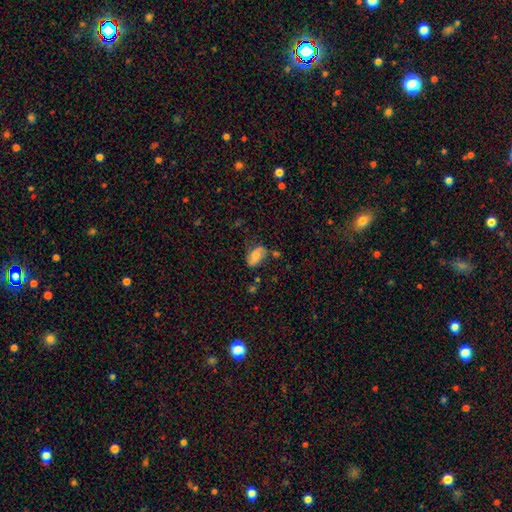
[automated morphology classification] type=smooth (58%); roundness=in between (90%); merging=none (61%).